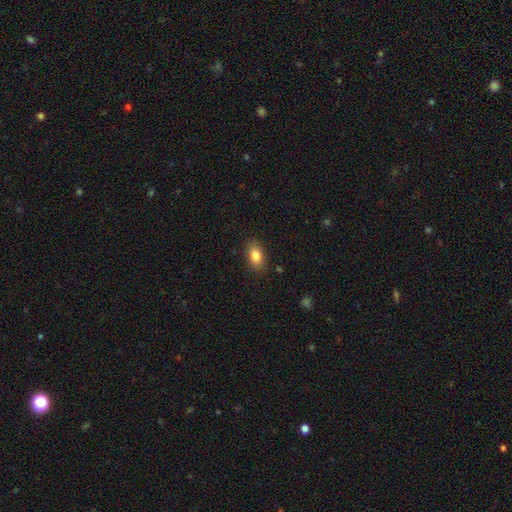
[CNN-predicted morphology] smooth-or-featured: smooth: 84% | star or artifact: 8% | featured or disk: 7%
  how-rounded: in between: 87% | round: 10% | cigar-shaped: 3%
  merging: none: 87% | minor disturbance: 10% | major disturbance: 2% | merger: 1%